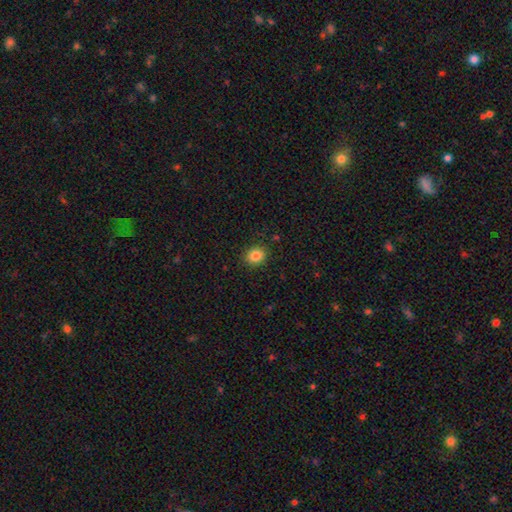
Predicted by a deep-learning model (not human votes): Smooth or featured? Predicted: smooth (p=0.84). How rounded? Predicted: round (p=0.67). Merging? Predicted: none (p=0.89).